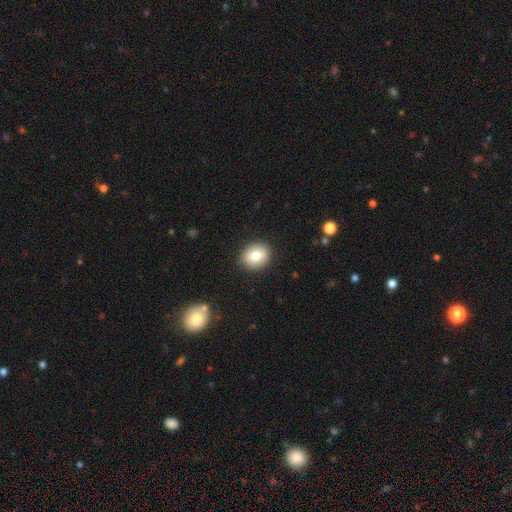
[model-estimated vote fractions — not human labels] The model was most divided on "how rounded": round: 70%, in between: 29%, cigar-shaped: 1%. More confident: merging — none (90%); smooth or featured — smooth (79%).